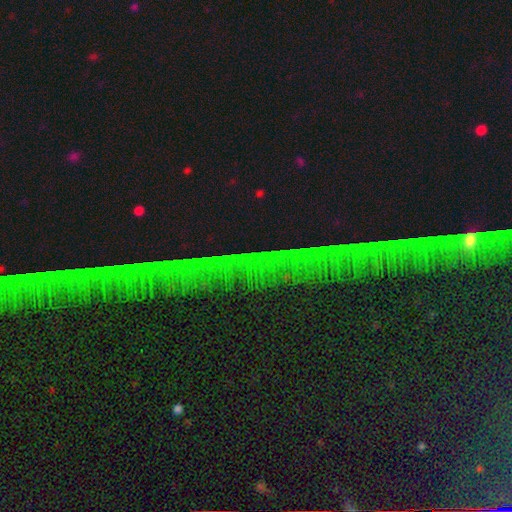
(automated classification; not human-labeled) A star or artifact, not a galaxy (86%).

Vote fractions:
- Smooth or featured? star or artifact: 86% / featured or disk: 7% / smooth: 6%